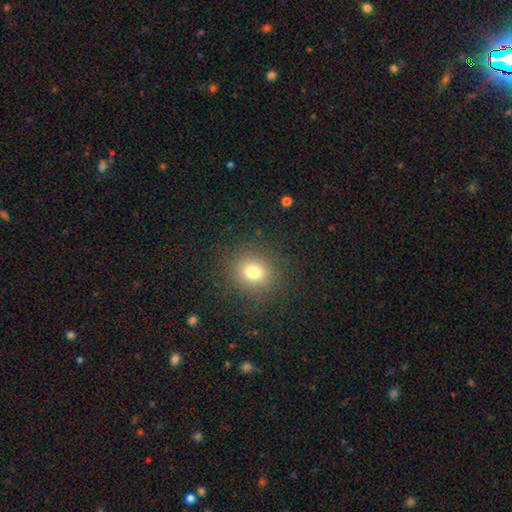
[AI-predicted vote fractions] Smooth or featured? smooth (72%)
How rounded? round (87%)
Merging? none (92%)